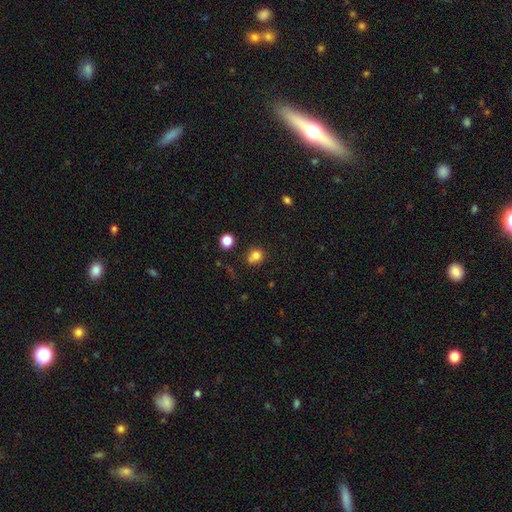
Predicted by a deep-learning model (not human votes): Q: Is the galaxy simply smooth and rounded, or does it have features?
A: smooth — 78%.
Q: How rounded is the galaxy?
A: round — 76%.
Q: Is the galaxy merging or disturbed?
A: none — 55%.